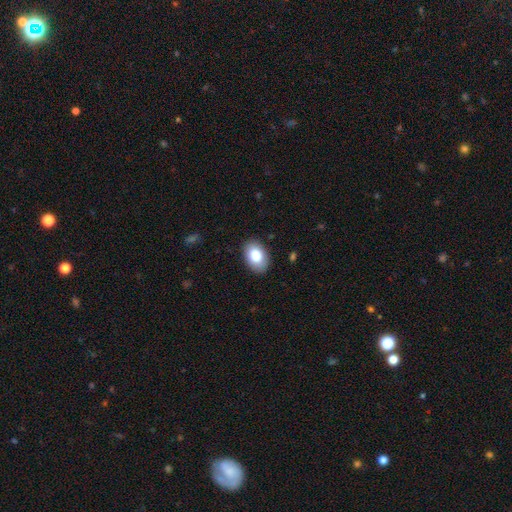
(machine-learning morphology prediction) smooth 82%, featured or disk 11%, star or artifact 7%. Down the decision tree: how rounded — in between (85%); merging — none (87%).